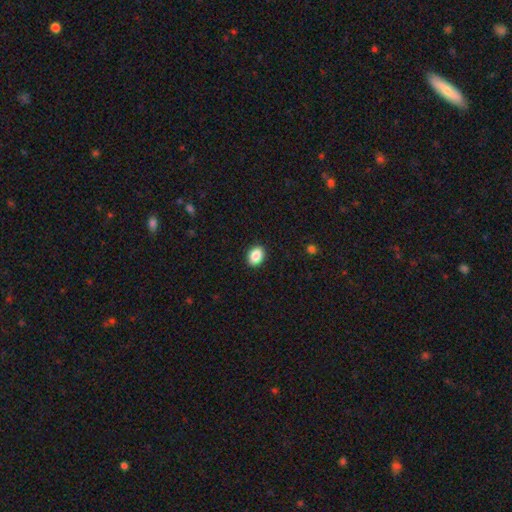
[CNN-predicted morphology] smooth-or-featured: smooth: 88% | star or artifact: 8% | featured or disk: 4%
  how-rounded: in between: 73% | round: 26% | cigar-shaped: 1%
  merging: none: 91% | minor disturbance: 7% | major disturbance: 2% | merger: 1%